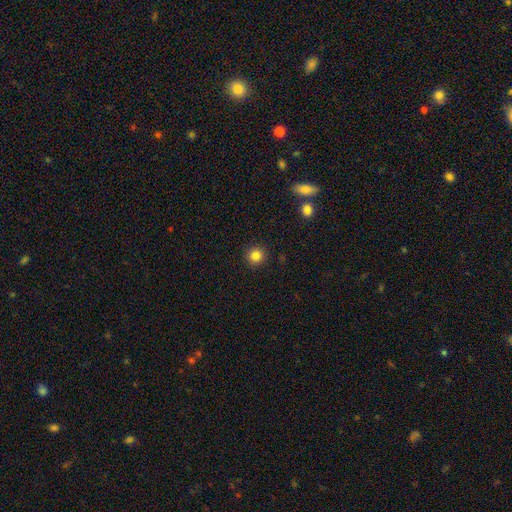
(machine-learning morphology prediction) A smooth galaxy with no disk features (84%) that is round (94%).

Vote fractions:
- Smooth or featured? smooth: 84% / star or artifact: 11% / featured or disk: 5%
- How rounded? round: 94% / in between: 5% / cigar-shaped: 1%
- Merging? none: 92% / minor disturbance: 5% / major disturbance: 2% / merger: 1%